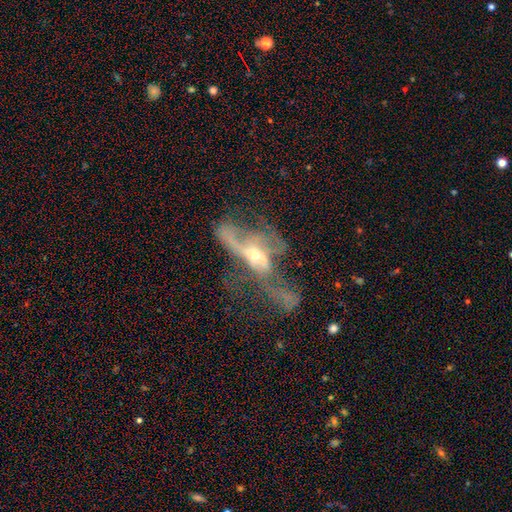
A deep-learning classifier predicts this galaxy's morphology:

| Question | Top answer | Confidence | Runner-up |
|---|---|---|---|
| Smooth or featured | featured or disk | 72% | smooth (17%) |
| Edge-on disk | no | 85% | yes (15%) |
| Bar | no | 67% | weak (22%) |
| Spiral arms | yes | 53% | no (47%) |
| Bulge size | small | 53% | moderate (40%) |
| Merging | major disturbance | 53% | merger (22%) |